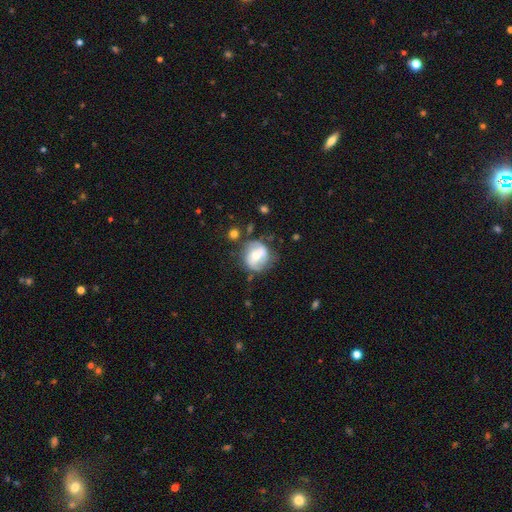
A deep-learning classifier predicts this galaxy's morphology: A featured or disk galaxy (60%) with a weak bar (36%), spiral arms (64%) and a moderate central bulge (62%). Merging: none (65%).